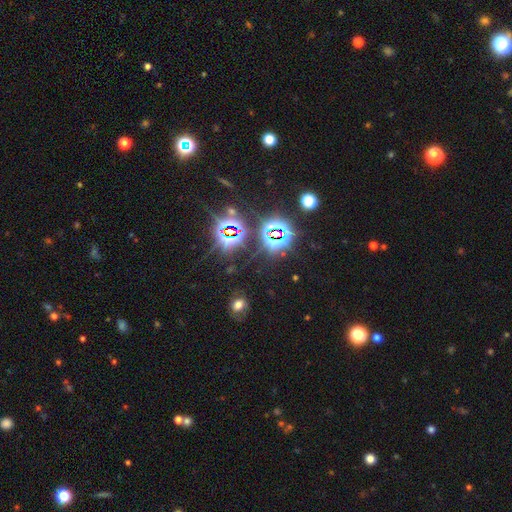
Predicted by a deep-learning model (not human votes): This appears to be a star or artifact, not a galaxy (80%).